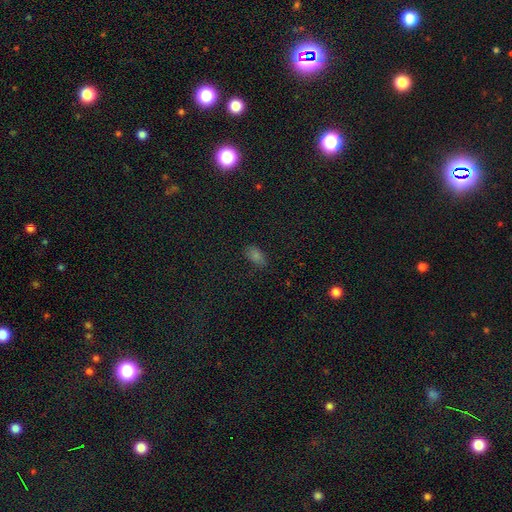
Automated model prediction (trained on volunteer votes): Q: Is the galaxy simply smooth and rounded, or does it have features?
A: smooth — 70%.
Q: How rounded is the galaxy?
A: in between — 88%.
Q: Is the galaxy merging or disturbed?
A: none — 77%.